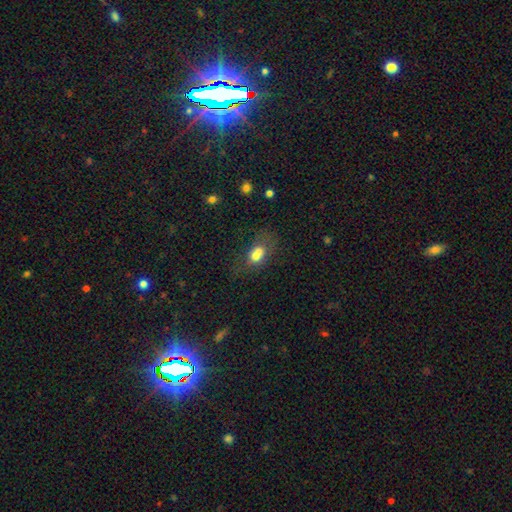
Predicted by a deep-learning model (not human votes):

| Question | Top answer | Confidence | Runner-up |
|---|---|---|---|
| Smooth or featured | smooth | 68% | featured or disk (20%) |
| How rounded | in between | 69% | round (27%) |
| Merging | merger | 43% | none (31%) |